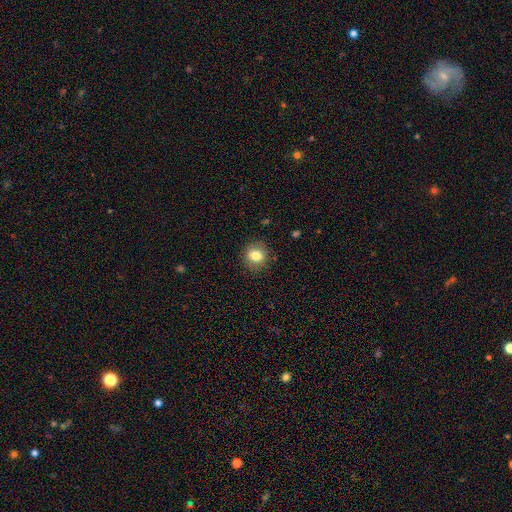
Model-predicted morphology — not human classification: A smooth galaxy with no disk features (80%) that is round (81%).

Vote fractions:
- Smooth or featured? smooth: 80% / star or artifact: 10% / featured or disk: 10%
- How rounded? round: 81% / in between: 18% / cigar-shaped: 1%
- Merging? none: 88% / minor disturbance: 9% / major disturbance: 3% / merger: 1%